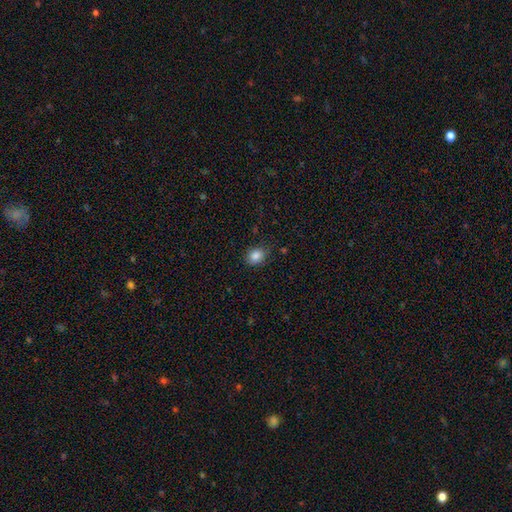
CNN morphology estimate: smooth 85%, star or artifact 10%, featured or disk 5%. Down the decision tree: how rounded — round (55%); merging — none (80%).